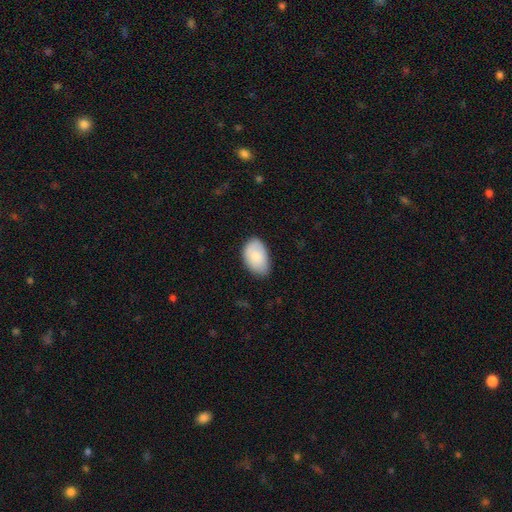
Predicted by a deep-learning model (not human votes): This is clearly a smooth galaxy (86%). How rounded: clearly in between (93%). Merging: likely none (73%).